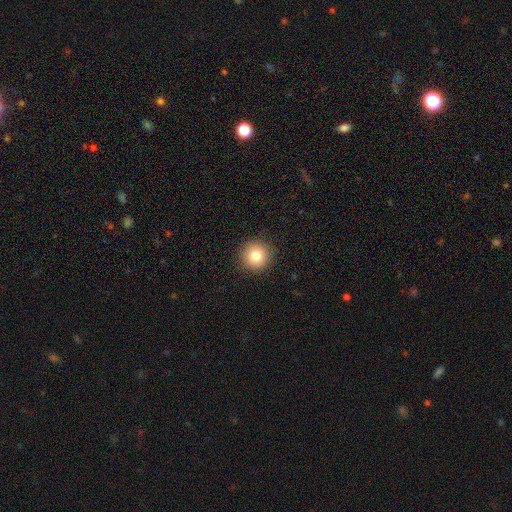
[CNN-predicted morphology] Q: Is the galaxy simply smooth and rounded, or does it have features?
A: smooth — 80%.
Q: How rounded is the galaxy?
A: round — 95%.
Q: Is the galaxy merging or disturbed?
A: none — 92%.